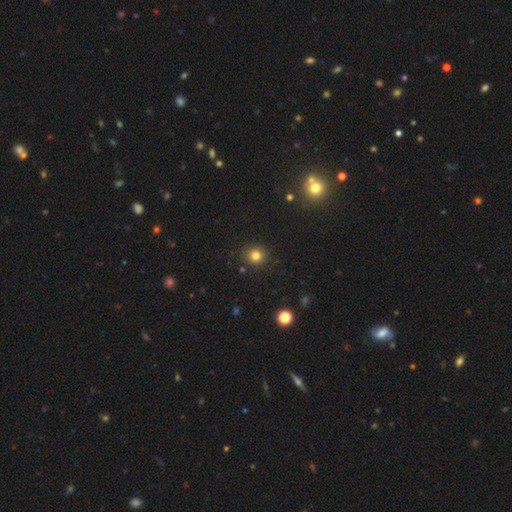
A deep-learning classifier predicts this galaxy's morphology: A smooth galaxy with no disk features (81%) that is round (86%).

Vote fractions:
- Smooth or featured? smooth: 81% / star or artifact: 14% / featured or disk: 6%
- How rounded? round: 86% / in between: 13% / cigar-shaped: 1%
- Merging? none: 87% / minor disturbance: 9% / major disturbance: 2% / merger: 2%